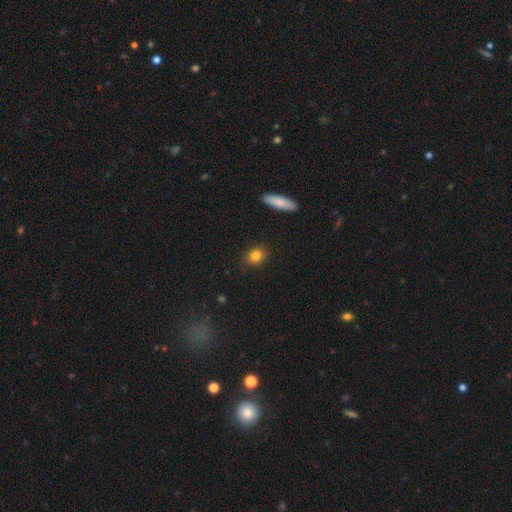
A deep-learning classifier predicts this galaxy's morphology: A smooth galaxy with no disk features (83%) that is round (62%). Merging: none (88%).